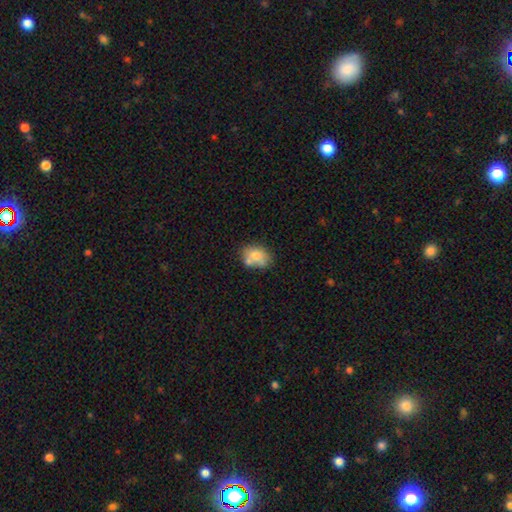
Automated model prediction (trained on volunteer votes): Q: Smooth or featured?
A: smooth (72%); runner-up: featured or disk (20%)
Q: How rounded?
A: in between (67%); runner-up: round (32%)
Q: Merging?
A: none (54%); runner-up: merger (23%)